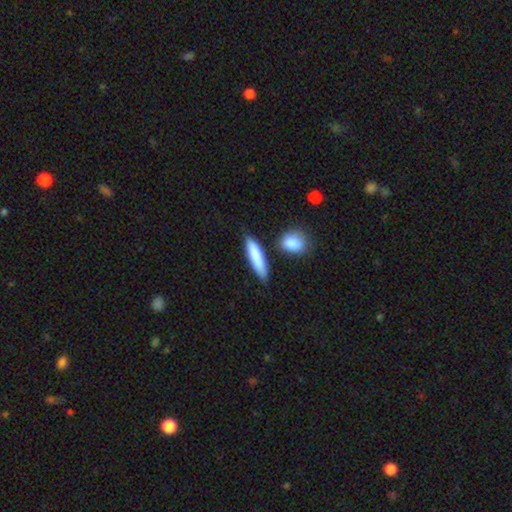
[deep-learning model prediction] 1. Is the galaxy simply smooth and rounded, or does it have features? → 82% smooth, 13% featured or disk, 6% star or artifact.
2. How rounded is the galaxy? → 67% cigar-shaped, 30% in between, 3% round.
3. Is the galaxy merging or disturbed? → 77% none, 13% minor disturbance, 7% merger, 3% major disturbance.